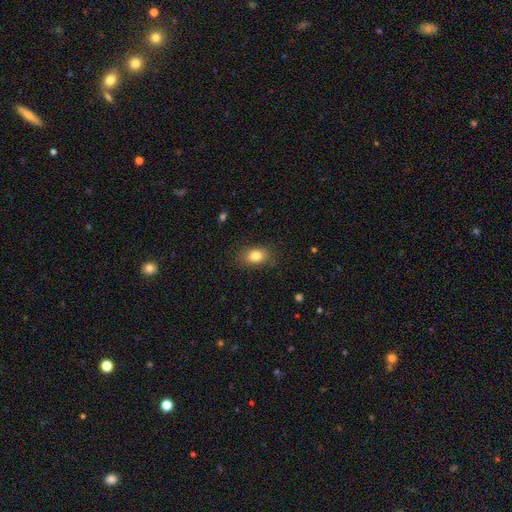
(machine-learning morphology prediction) This is clearly a smooth galaxy (82%). How rounded: likely in between (75%). Merging: clearly none (81%).